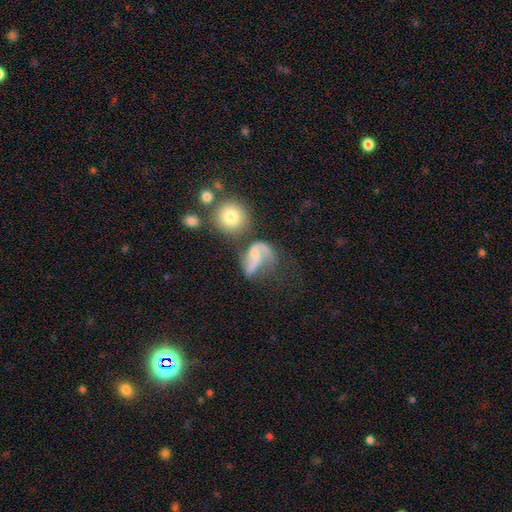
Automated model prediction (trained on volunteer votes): Smooth or featured? featured or disk (64%)
Edge-on disk? no (97%)
Bar? no (44%)
Spiral arms? yes (82%)
Spiral winding? loose (72%)
Spiral arm count? 2 (74%)
Bulge size? small (44%)
Merging? none (32%, tied with major disturbance)